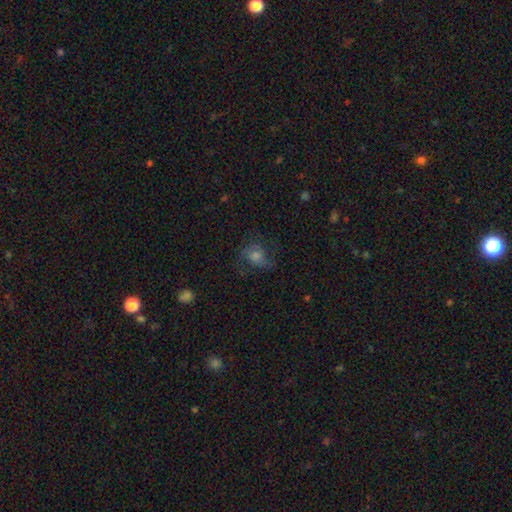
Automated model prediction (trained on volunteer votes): Smooth or featured? Predicted: featured or disk (p=0.48). Merging? Predicted: none (p=0.59).